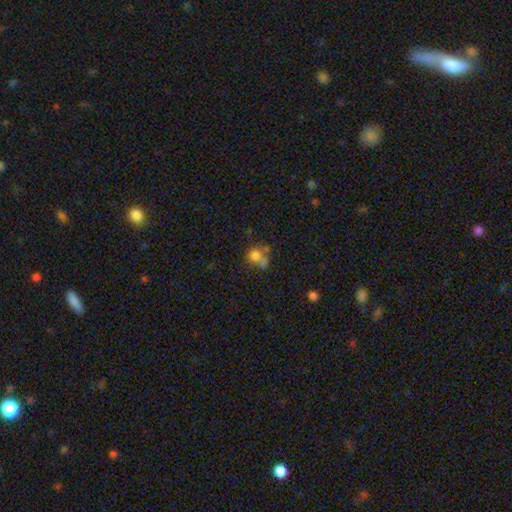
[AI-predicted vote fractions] smooth 72%, star or artifact 14%, featured or disk 14%. Down the decision tree: how rounded — round (75%); merging — none (37%, tied with merger).